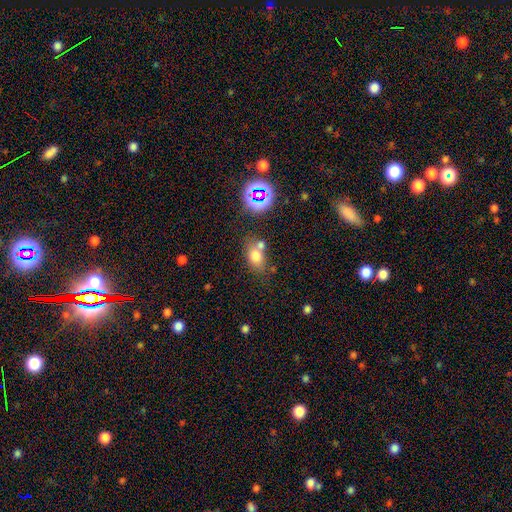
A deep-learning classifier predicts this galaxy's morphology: This is likely a smooth galaxy (72%). How rounded: likely in between (70%). Merging: possibly none (53%).